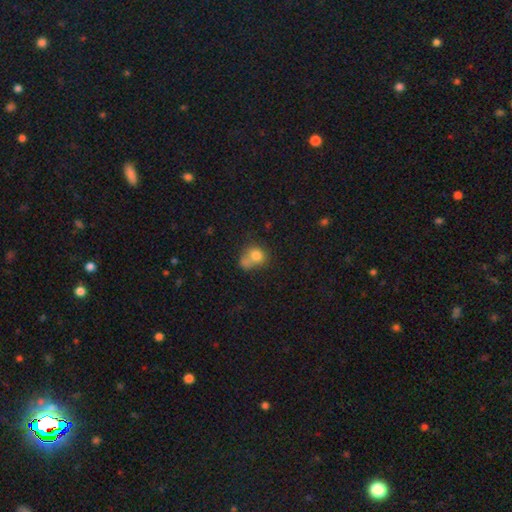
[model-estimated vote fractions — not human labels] Smooth or featured: smooth — 77% (featured or disk — 13%)
How rounded: round — 64% (in between — 35%)
Merging: merger — 42% (none — 32%)